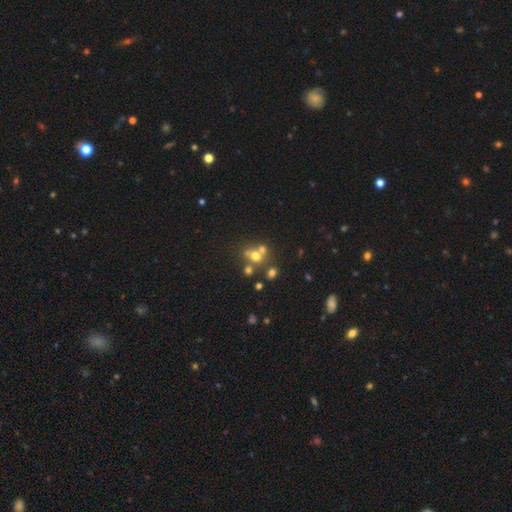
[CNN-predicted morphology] Smooth or featured: smooth — 58% (star or artifact — 21%)
How rounded: round — 77% (in between — 22%)
Merging: merger — 44% (none — 43%)